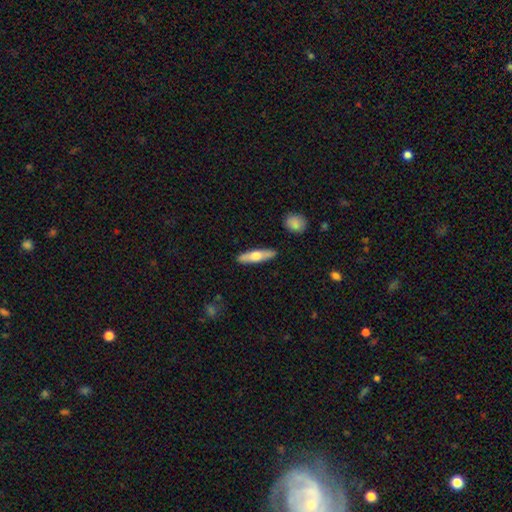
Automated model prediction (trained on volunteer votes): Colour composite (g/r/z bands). It shows a smooth galaxy with no disk features (56%) that is cigar-shaped (72%). Merging: none (88%).